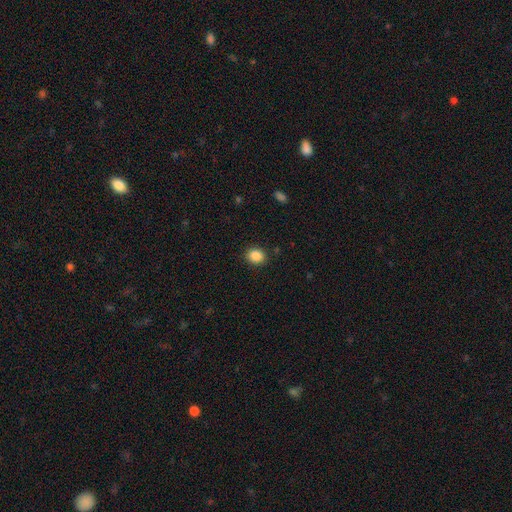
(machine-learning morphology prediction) type=smooth (87%); roundness=round (60%); merging=none (89%).